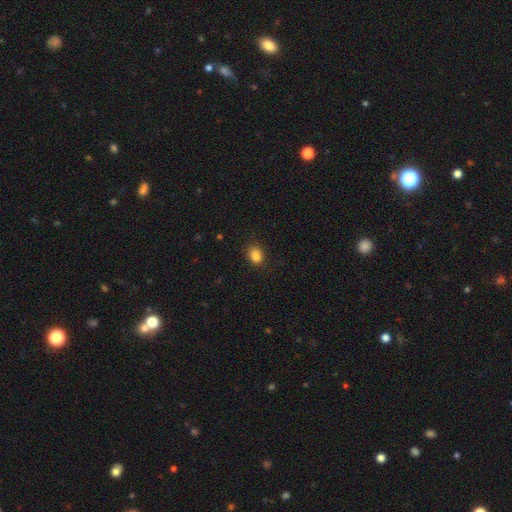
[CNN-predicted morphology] Smooth or featured: smooth — 86% (star or artifact — 10%)
How rounded: in between — 63% (round — 36%)
Merging: none — 81% (minor disturbance — 14%)